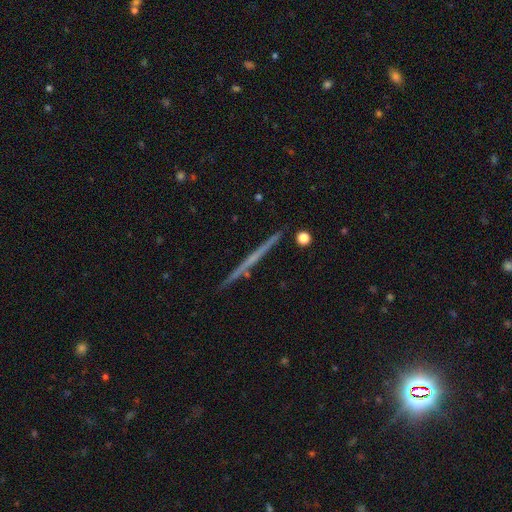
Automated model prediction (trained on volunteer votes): Overall: featured or disk (69%). Edge-on disk: yes (98%). Edge-on bulge: none (78%). Merging: none (92%).